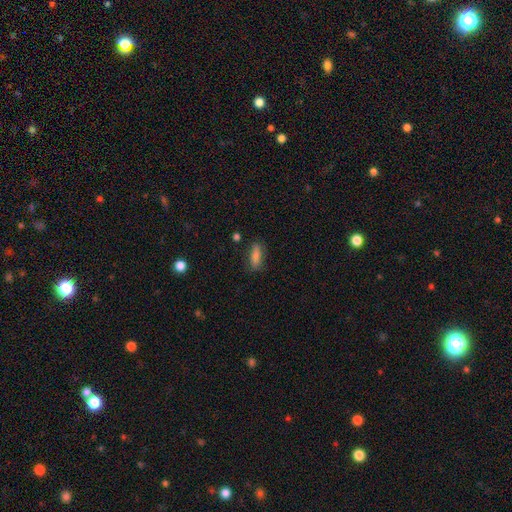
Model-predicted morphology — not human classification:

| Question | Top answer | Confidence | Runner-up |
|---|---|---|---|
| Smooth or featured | smooth | 77% | featured or disk (15%) |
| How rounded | in between | 58% | cigar-shaped (38%) |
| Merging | none | 81% | minor disturbance (14%) |